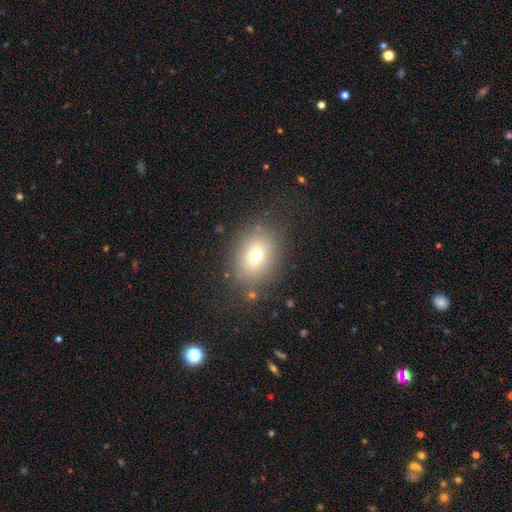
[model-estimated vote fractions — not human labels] A smooth galaxy with no disk features (70%) that is in between round and cigar-shaped (50%).

Vote fractions:
- Smooth or featured? smooth: 70% / star or artifact: 15% / featured or disk: 14%
- How rounded? in between: 50% / round: 49% / cigar-shaped: 1%
- Merging? none: 81% / minor disturbance: 11% / major disturbance: 6% / merger: 2%